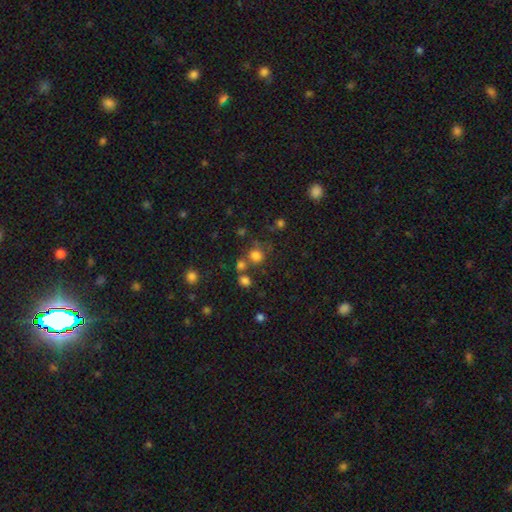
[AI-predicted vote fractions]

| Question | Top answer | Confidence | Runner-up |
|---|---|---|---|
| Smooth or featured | smooth | 75% | star or artifact (18%) |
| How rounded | round | 85% | in between (14%) |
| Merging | none | 63% | merger (20%) |